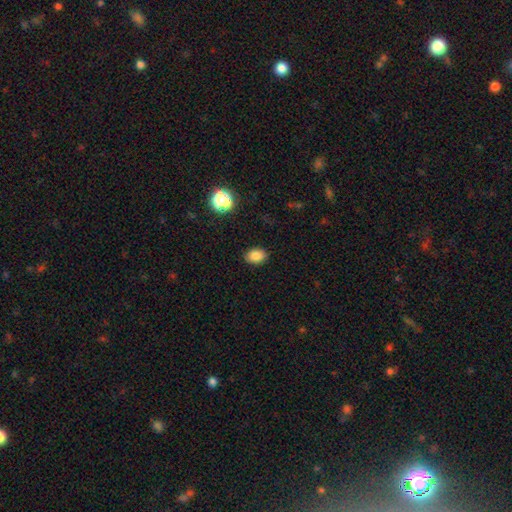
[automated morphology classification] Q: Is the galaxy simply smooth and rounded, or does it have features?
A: smooth — 85%.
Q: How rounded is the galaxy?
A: in between — 76%.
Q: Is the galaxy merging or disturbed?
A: none — 88%.